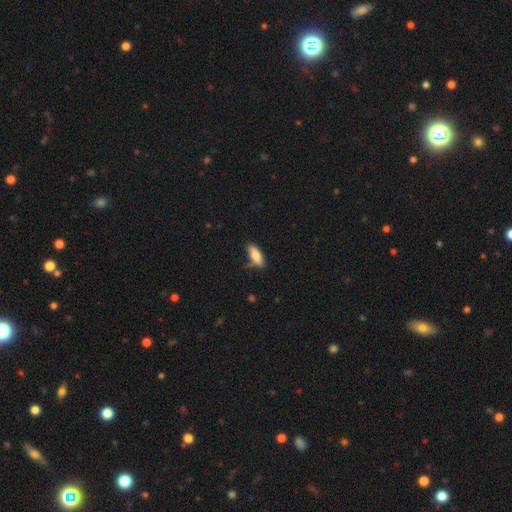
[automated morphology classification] Q: Smooth or featured?
A: smooth (83%); runner-up: featured or disk (11%)
Q: How rounded?
A: in between (68%); runner-up: cigar-shaped (30%)
Q: Merging?
A: none (73%); runner-up: minor disturbance (20%)